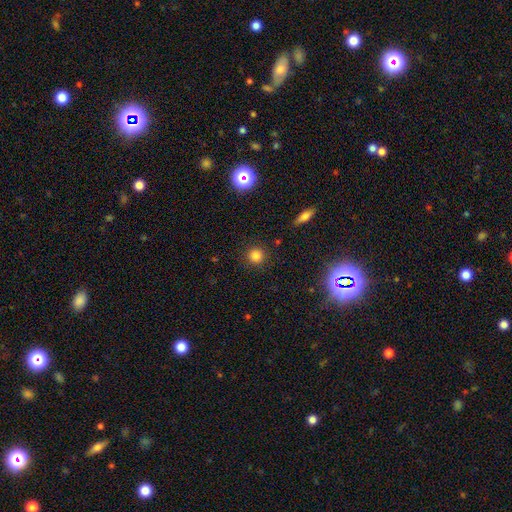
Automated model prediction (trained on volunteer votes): Smooth or featured?
  - smooth: 82% *
  - star or artifact: 13%
  - featured or disk: 5%
How rounded?
  - round: 93% *
  - in between: 6%
  - cigar-shaped: 1%
Merging?
  - none: 89% *
  - minor disturbance: 7%
  - major disturbance: 3%
  - merger: 2%